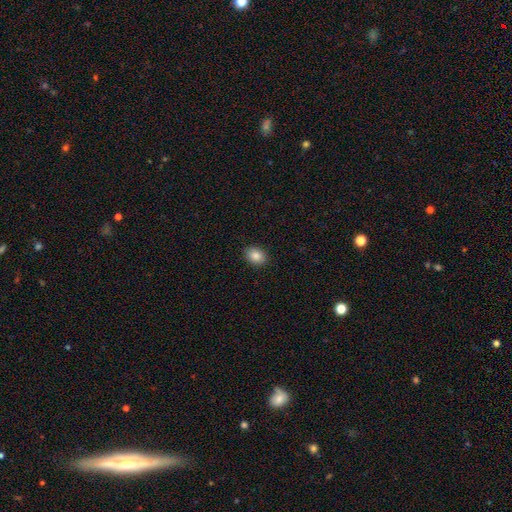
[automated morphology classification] This is clearly a smooth galaxy (86%). How rounded: likely in between (61%). Merging: clearly none (90%).